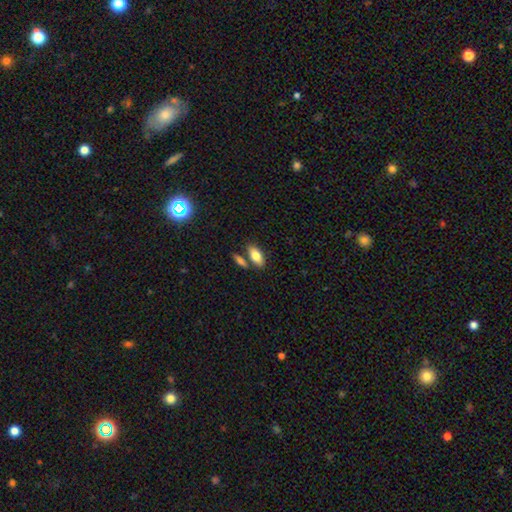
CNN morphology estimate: Overall: smooth (79%). How rounded: in between (86%). Merging: none (67%).